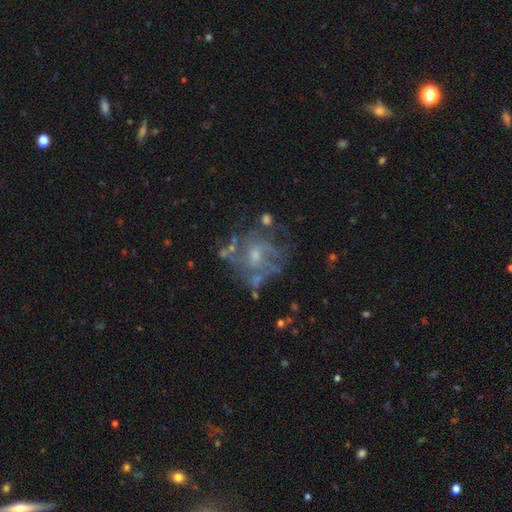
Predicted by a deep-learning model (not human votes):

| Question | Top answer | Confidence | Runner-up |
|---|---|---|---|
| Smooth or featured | featured or disk | 73% | smooth (16%) |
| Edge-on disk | no | 97% | yes (3%) |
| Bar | no | 66% | weak (29%) |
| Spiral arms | yes | 62% | no (38%) |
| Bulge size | small | 47% | moderate (41%) |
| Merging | none | 55% | major disturbance (19%) |